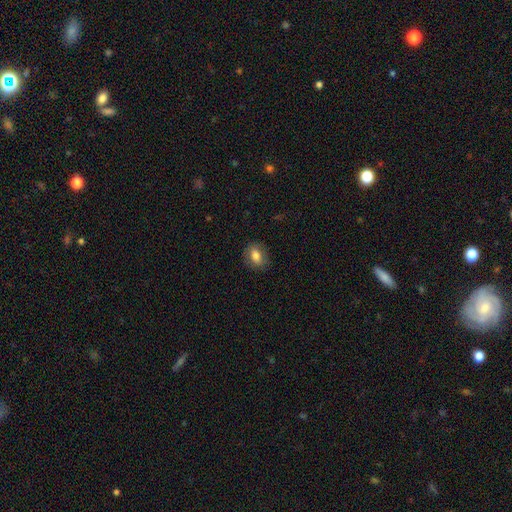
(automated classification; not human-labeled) This is likely a smooth galaxy (77%). How rounded: likely in between (66%). Merging: clearly none (83%).